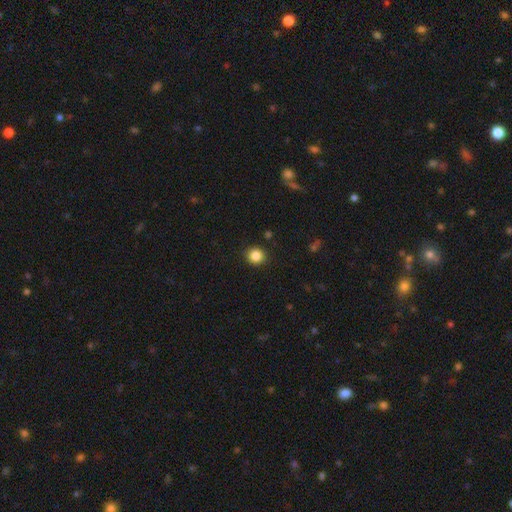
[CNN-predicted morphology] This appears to be a smooth galaxy with no disk features (86%) that is round (91%). Merging: none (91%).